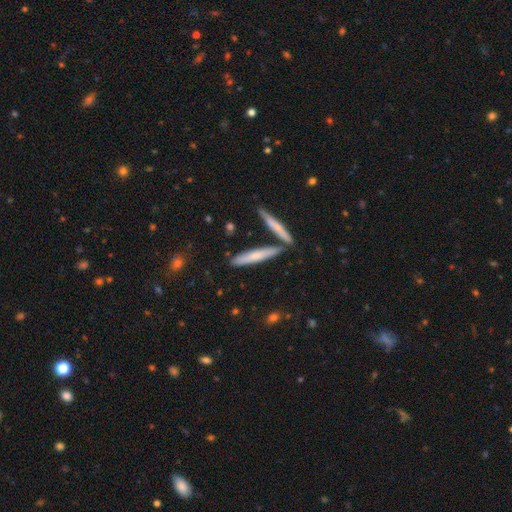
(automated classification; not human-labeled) smooth-or-featured: smooth: 62% | featured or disk: 31% | star or artifact: 7%
  how-rounded: cigar-shaped: 90% | in between: 8% | round: 2%
  merging: none: 76% | merger: 12% | minor disturbance: 10% | major disturbance: 3%